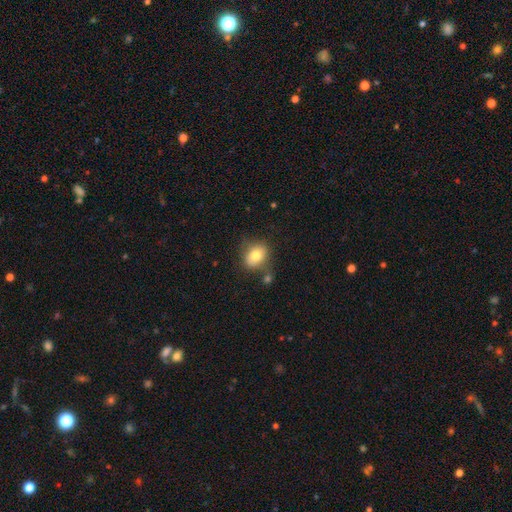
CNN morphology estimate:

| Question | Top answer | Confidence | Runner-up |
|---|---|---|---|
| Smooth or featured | smooth | 76% | featured or disk (16%) |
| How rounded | in between | 59% | round (40%) |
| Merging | none | 63% | minor disturbance (19%) |